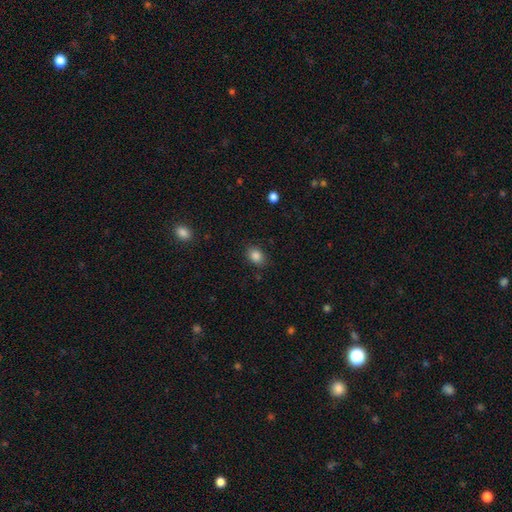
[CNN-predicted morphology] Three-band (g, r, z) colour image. It shows a smooth galaxy with no disk features (86%) that is in between round and cigar-shaped (66%). Merging: none (84%).